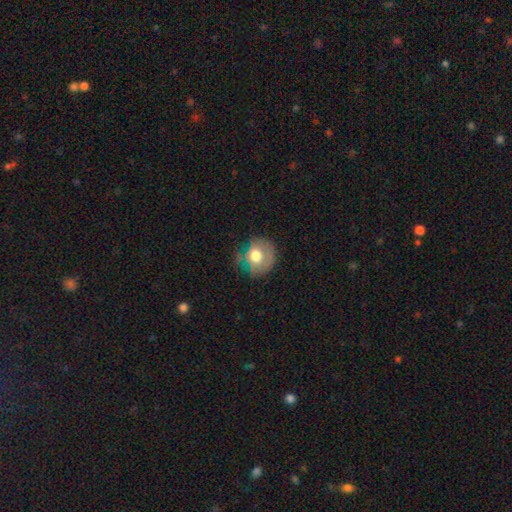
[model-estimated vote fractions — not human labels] Q: Smooth or featured?
A: smooth (62%); runner-up: featured or disk (29%)
Q: How rounded?
A: round (78%); runner-up: in between (22%)
Q: Merging?
A: none (64%); runner-up: minor disturbance (24%)